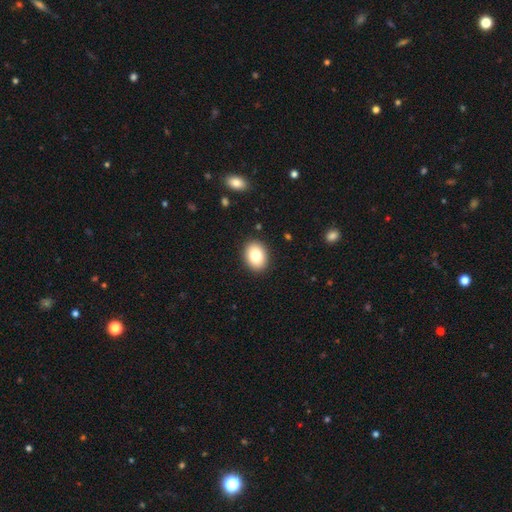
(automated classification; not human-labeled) Smooth or featured: smooth — 82% (featured or disk — 10%)
How rounded: in between — 68% (round — 31%)
Merging: none — 91% (minor disturbance — 7%)